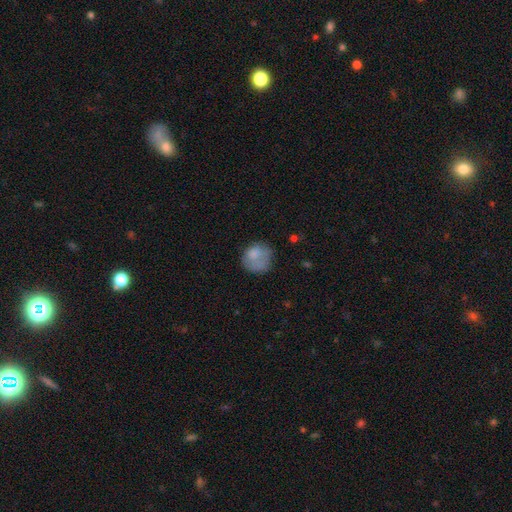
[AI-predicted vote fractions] Overall: smooth (73%). How rounded: round (78%). Merging: none (50%; minor disturbance 26%).